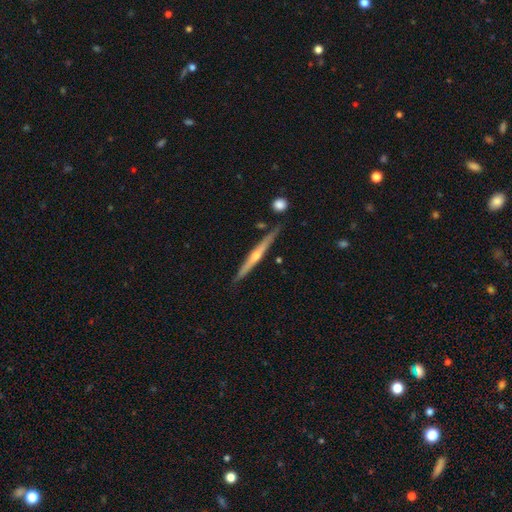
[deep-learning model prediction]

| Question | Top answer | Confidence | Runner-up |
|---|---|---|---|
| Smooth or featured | featured or disk | 74% | smooth (20%) |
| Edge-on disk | yes | 98% | no (2%) |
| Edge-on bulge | rounded | 78% | none (18%) |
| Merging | none | 86% | minor disturbance (9%) |